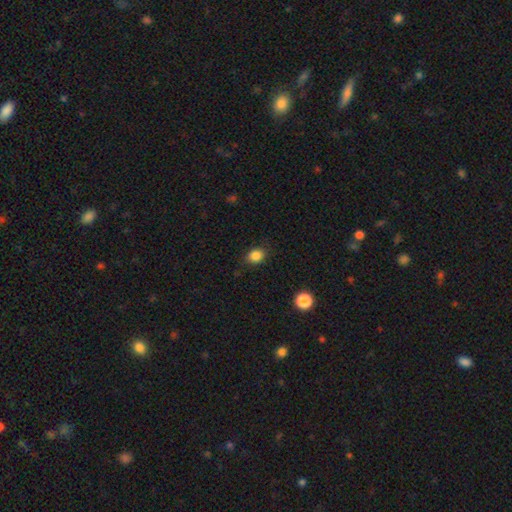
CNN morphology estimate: The model was most divided on "how rounded": round: 52%, in between: 47%, cigar-shaped: 1%. More confident: smooth or featured — smooth (85%); merging — none (83%).